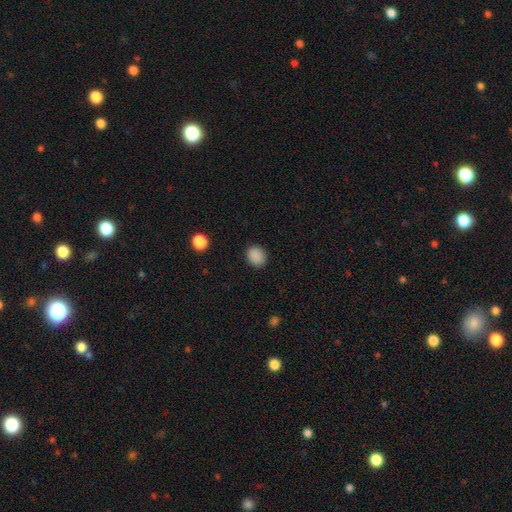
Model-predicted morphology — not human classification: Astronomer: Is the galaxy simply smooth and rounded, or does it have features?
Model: smooth — 88%.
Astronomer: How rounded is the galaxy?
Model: round — 60% (runner-up: in between, 39%).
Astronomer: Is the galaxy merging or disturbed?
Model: none — 88%.